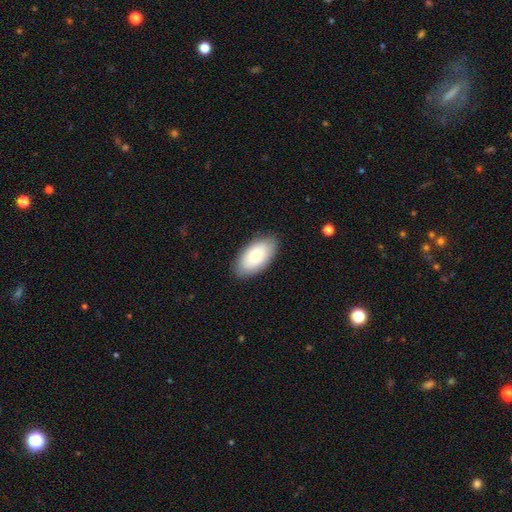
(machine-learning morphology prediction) Q: Smooth or featured?
A: smooth (75%); runner-up: featured or disk (19%)
Q: How rounded?
A: in between (95%); runner-up: round (3%)
Q: Merging?
A: none (85%); runner-up: minor disturbance (11%)